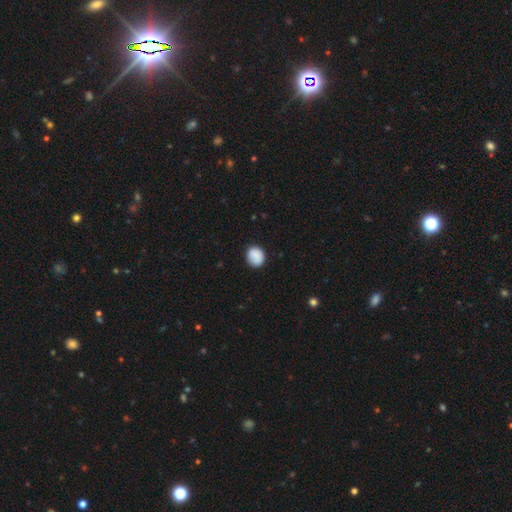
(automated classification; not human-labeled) Q: Smooth or featured?
A: smooth (85%); runner-up: star or artifact (8%)
Q: How rounded?
A: round (75%); runner-up: in between (24%)
Q: Merging?
A: none (83%); runner-up: minor disturbance (13%)